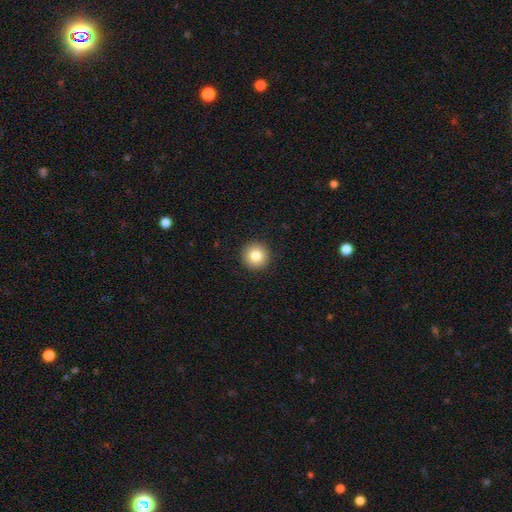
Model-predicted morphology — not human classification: smooth_or_featured: smooth (p=0.83) [alt: star or artifact p=0.09]
how_rounded: round (p=0.96) [alt: in between p=0.03]
merging: none (p=0.93) [alt: minor disturbance p=0.04]